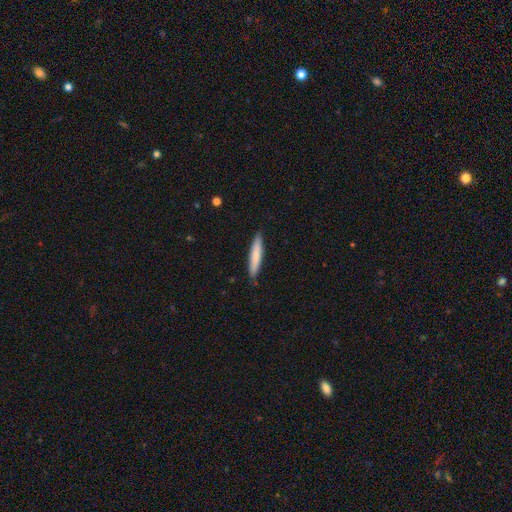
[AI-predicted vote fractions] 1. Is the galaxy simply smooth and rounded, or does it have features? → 77% smooth, 18% featured or disk, 5% star or artifact.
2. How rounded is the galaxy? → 90% cigar-shaped, 9% in between, 1% round.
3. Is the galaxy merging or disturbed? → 88% none, 9% minor disturbance, 2% major disturbance, 1% merger.